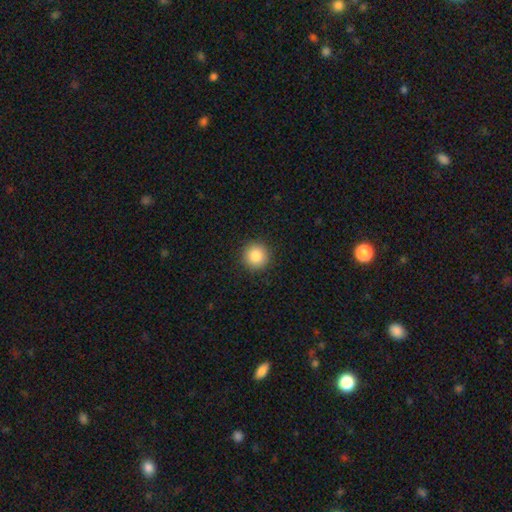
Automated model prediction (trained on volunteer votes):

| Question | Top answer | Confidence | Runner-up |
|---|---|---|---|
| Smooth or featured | smooth | 86% | star or artifact (9%) |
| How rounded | round | 95% | in between (4%) |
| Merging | none | 92% | minor disturbance (5%) |